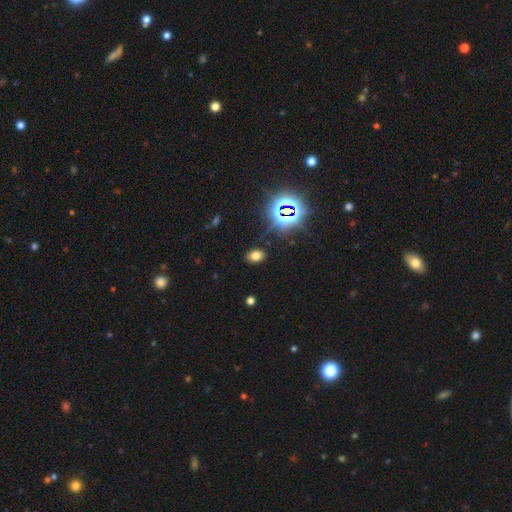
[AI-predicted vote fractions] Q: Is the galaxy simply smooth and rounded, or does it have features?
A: smooth — 66%.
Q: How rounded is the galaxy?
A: in between — 79%.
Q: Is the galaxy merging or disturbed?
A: none — 85%.